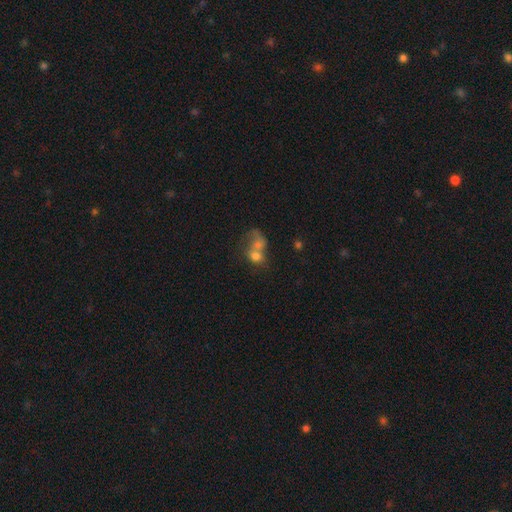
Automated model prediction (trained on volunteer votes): This appears to be a smooth galaxy with no disk features (62%) that is round (49%, tied with in between). Merging: merger (73%).